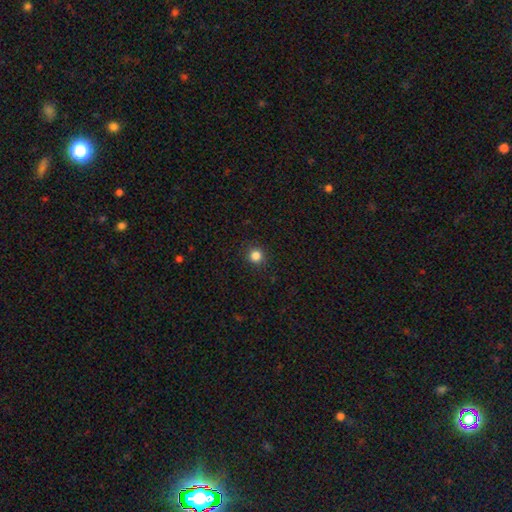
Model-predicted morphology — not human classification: type=smooth (85%); roundness=round (93%); merging=none (91%).